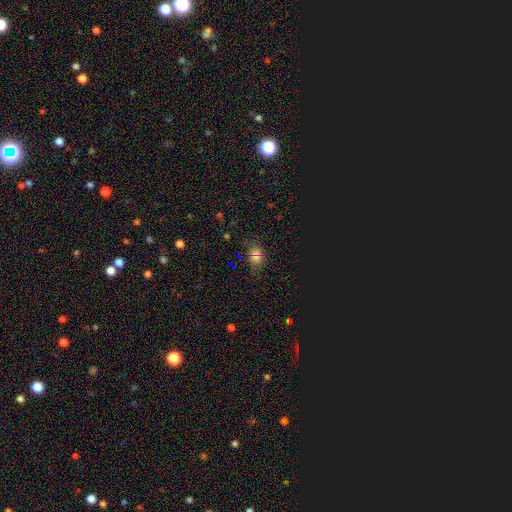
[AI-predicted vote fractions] A smooth galaxy with no disk features (57%) that is in between round and cigar-shaped (60%).

Vote fractions:
- Smooth or featured? smooth: 57% / star or artifact: 33% / featured or disk: 10%
- How rounded? in between: 60% / round: 37% / cigar-shaped: 3%
- Merging? none: 73% / minor disturbance: 15% / merger: 7% / major disturbance: 5%